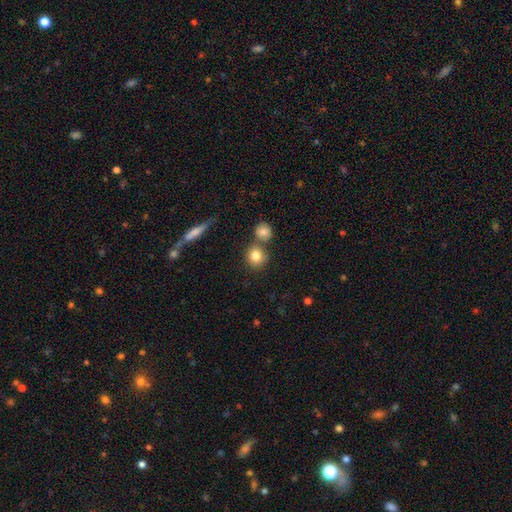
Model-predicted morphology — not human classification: Q: Smooth or featured?
A: smooth (82%); runner-up: star or artifact (9%)
Q: How rounded?
A: round (85%); runner-up: in between (13%)
Q: Merging?
A: none (63%); runner-up: merger (25%)